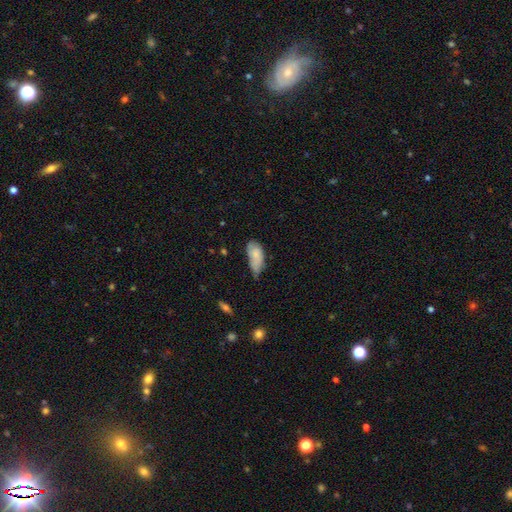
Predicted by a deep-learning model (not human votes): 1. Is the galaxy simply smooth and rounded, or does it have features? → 81% smooth, 12% featured or disk, 7% star or artifact.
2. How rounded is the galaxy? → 90% in between, 8% cigar-shaped, 3% round.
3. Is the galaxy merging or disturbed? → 49% minor disturbance, 32% none, 15% major disturbance, 4% merger.